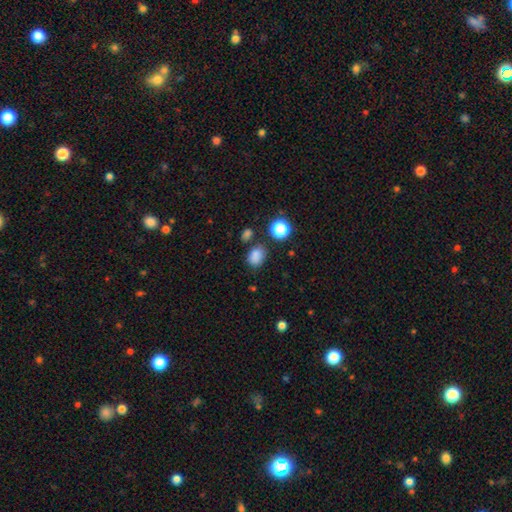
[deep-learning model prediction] Smooth or featured? Predicted: smooth (p=0.81). How rounded? Predicted: in between (p=0.63). Merging? Predicted: none (p=0.73).